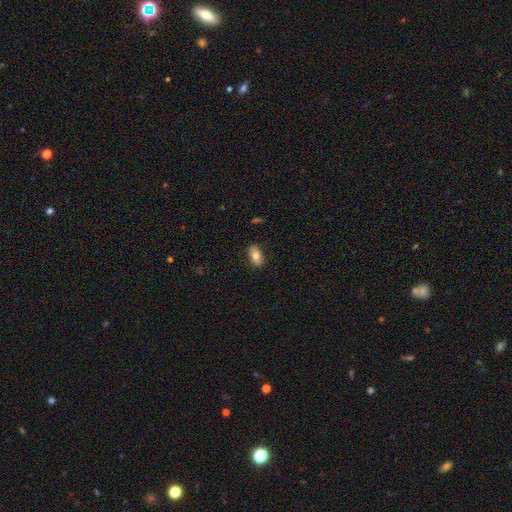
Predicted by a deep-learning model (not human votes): Smooth or featured? smooth (77%)
How rounded? in between (90%)
Merging? none (86%)